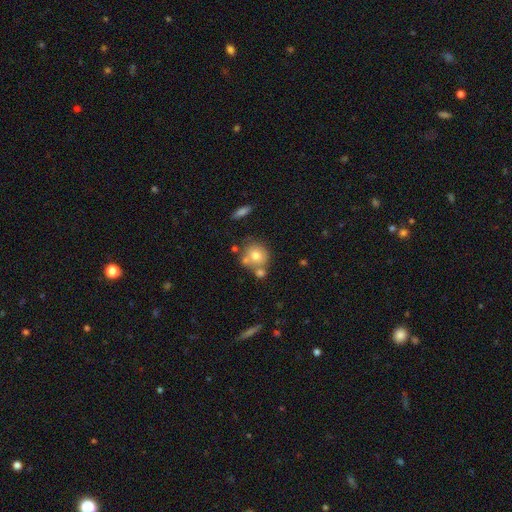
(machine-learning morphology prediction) A smooth galaxy with no disk features (71%) that is round (80%). Merging: none (51%).